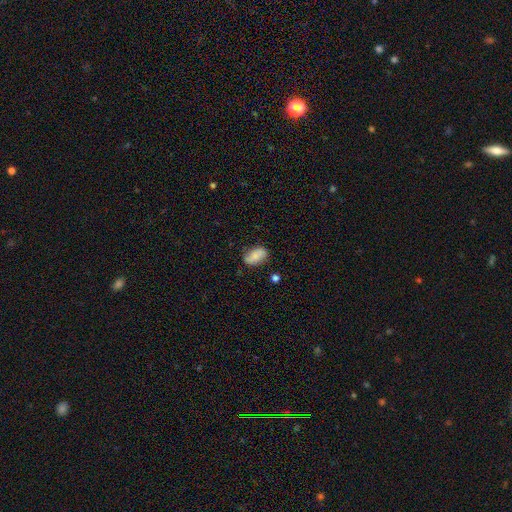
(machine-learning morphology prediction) A smooth galaxy with no disk features (70%) that is in between round and cigar-shaped (90%). Merging: none (71%).